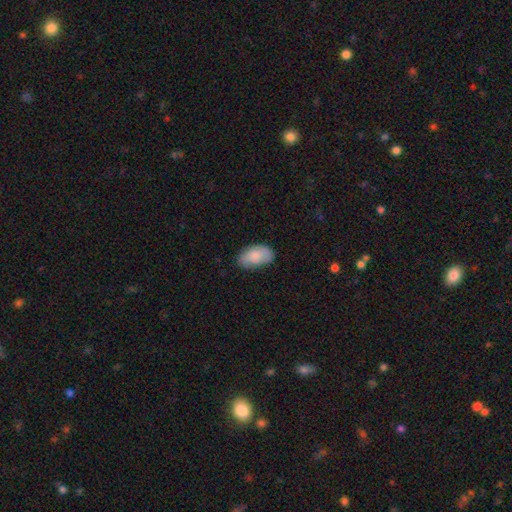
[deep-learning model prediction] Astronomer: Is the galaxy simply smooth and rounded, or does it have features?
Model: smooth — 81%.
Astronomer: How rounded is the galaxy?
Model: in between — 94%.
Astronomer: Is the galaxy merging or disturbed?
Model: none — 73%.